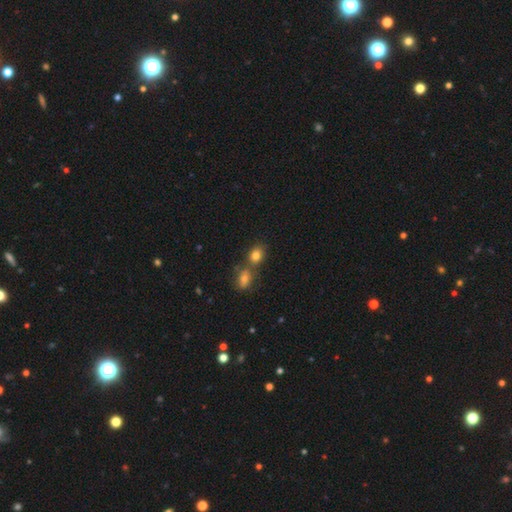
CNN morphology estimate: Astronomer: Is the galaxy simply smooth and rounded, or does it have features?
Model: smooth — 81%.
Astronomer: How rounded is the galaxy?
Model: in between — 62% (runner-up: round, 37%).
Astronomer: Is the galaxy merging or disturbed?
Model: none — 49% (runner-up: merger, 37%).